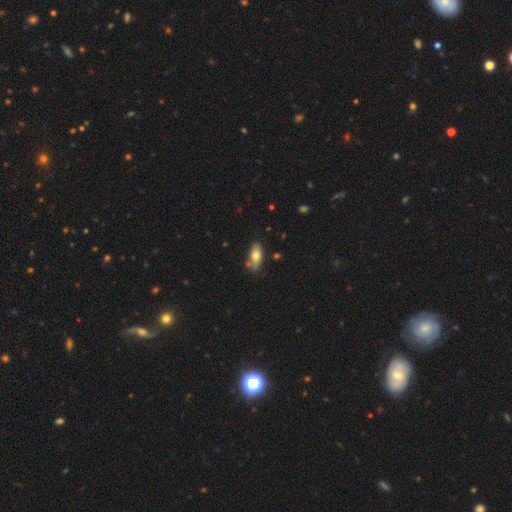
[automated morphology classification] smooth-or-featured: smooth: 72% | featured or disk: 21% | star or artifact: 7%
  how-rounded: in between: 86% | cigar-shaped: 11% | round: 3%
  merging: none: 74% | minor disturbance: 18% | merger: 5% | major disturbance: 3%